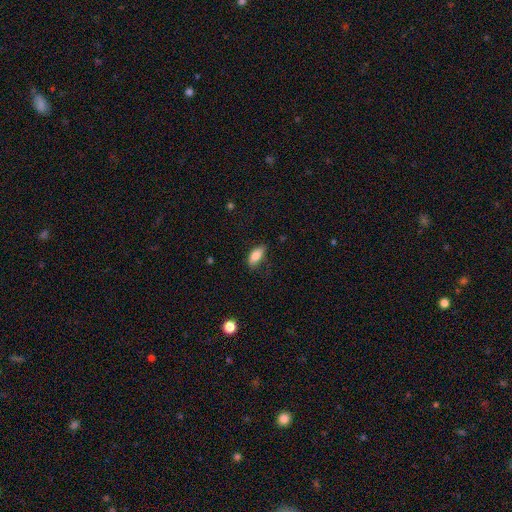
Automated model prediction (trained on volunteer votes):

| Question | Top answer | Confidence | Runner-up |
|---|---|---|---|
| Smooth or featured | smooth | 82% | featured or disk (11%) |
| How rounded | in between | 86% | cigar-shaped (10%) |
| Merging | none | 75% | minor disturbance (20%) |